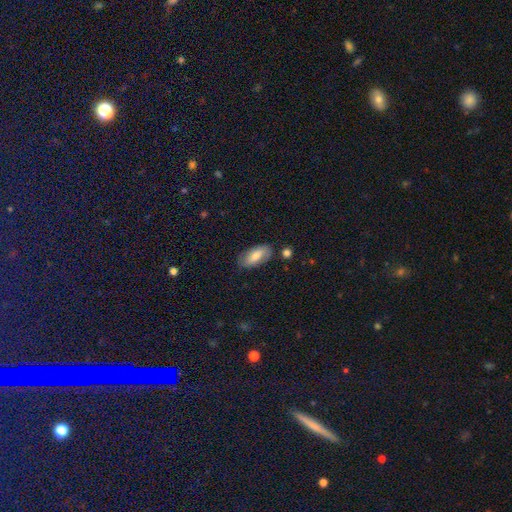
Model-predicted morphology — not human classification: smooth-or-featured: smooth: 69% | featured or disk: 24% | star or artifact: 7%
  how-rounded: in between: 89% | cigar-shaped: 9% | round: 3%
  merging: none: 80% | minor disturbance: 14% | major disturbance: 3% | merger: 2%